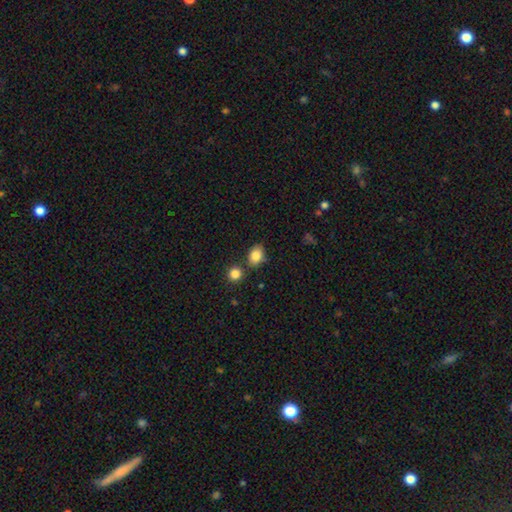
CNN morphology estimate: Q: Smooth or featured?
A: smooth (85%); runner-up: star or artifact (9%)
Q: How rounded?
A: in between (68%); runner-up: round (30%)
Q: Merging?
A: none (71%); runner-up: minor disturbance (14%)